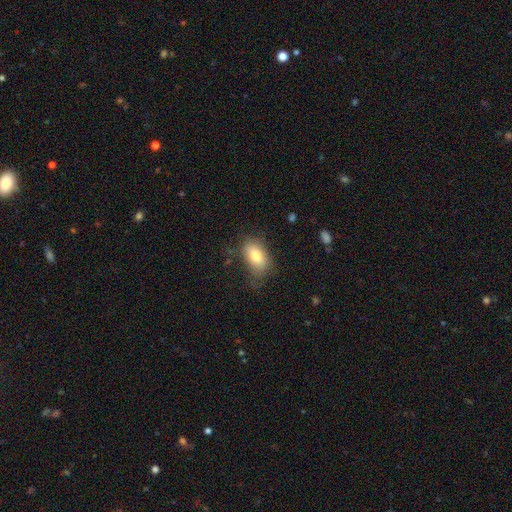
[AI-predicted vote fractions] smooth-or-featured: smooth: 78% | featured or disk: 14% | star or artifact: 8%
  how-rounded: in between: 90% | round: 7% | cigar-shaped: 4%
  merging: none: 62% | minor disturbance: 26% | major disturbance: 10% | merger: 2%